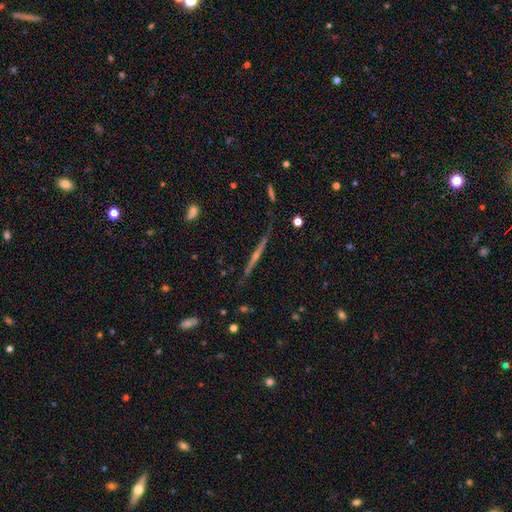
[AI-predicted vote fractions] Morphology: type=featured or disk (78%); edge-on=yes (98%); edge-on bulge=rounded (75%); merging=none (86%).